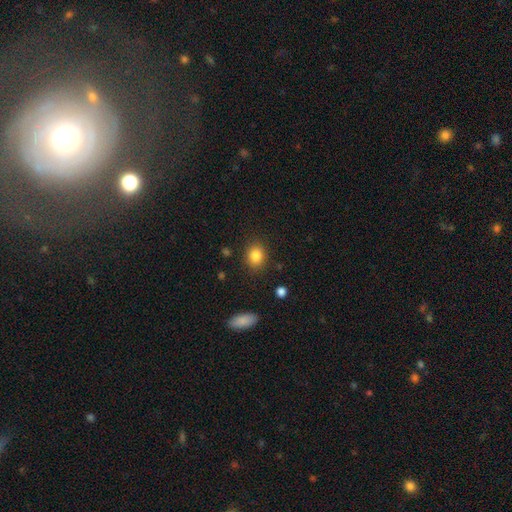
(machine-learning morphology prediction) Smooth or featured: smooth — 84% (star or artifact — 10%)
How rounded: round — 61% (in between — 38%)
Merging: none — 86% (minor disturbance — 9%)